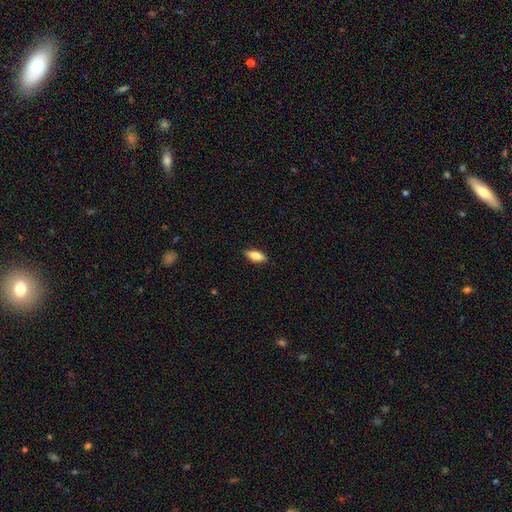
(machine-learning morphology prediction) smooth-or-featured: smooth: 76% | featured or disk: 17% | star or artifact: 7%
  how-rounded: in between: 80% | cigar-shaped: 17% | round: 3%
  merging: none: 86% | minor disturbance: 11% | major disturbance: 2% | merger: 1%